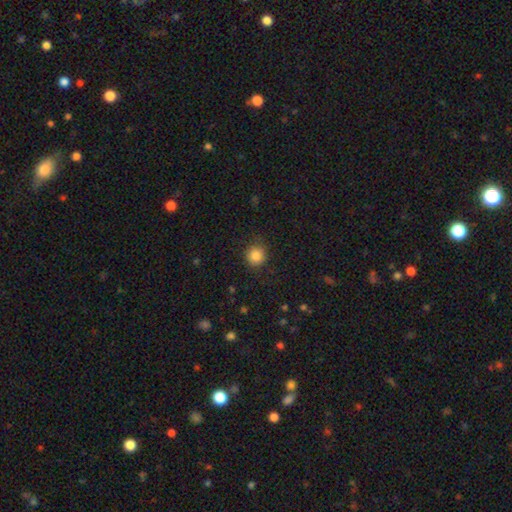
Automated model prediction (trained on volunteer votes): A smooth galaxy with no disk features (85%) that is round (91%).

Vote fractions:
- Smooth or featured? smooth: 85% / star or artifact: 10% / featured or disk: 5%
- How rounded? round: 91% / in between: 8% / cigar-shaped: 1%
- Merging? none: 86% / minor disturbance: 10% / major disturbance: 3% / merger: 1%